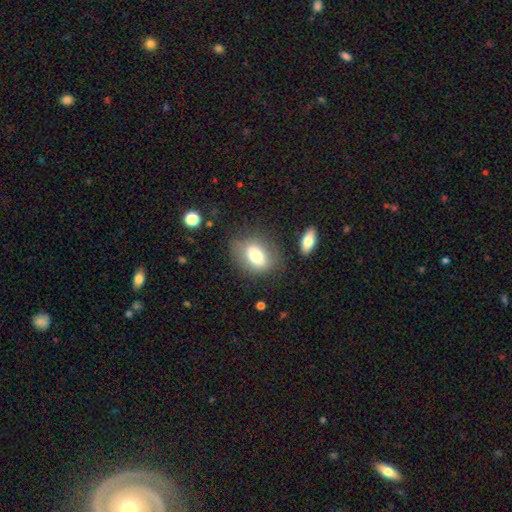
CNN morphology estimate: Smooth or featured: smooth — 70% (featured or disk — 21%)
How rounded: in between — 72% (round — 25%)
Merging: none — 72% (minor disturbance — 16%)